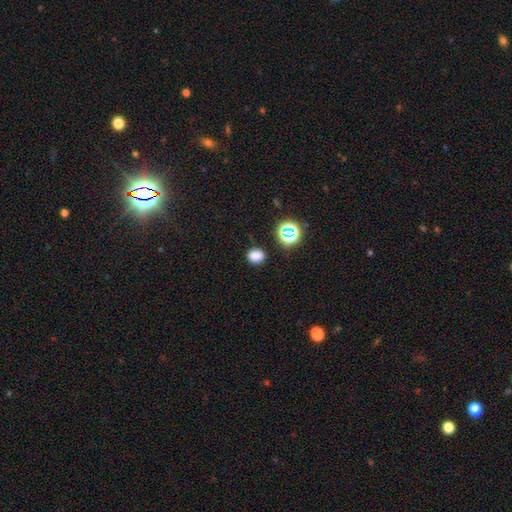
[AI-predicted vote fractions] smooth-or-featured: smooth: 79% | star or artifact: 17% | featured or disk: 5%
  how-rounded: round: 58% | in between: 41% | cigar-shaped: 1%
  merging: none: 84% | minor disturbance: 11% | major disturbance: 3% | merger: 2%